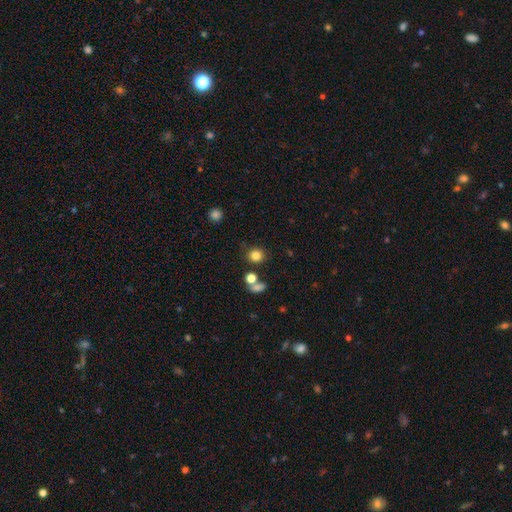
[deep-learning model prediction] smooth 81%, star or artifact 13%, featured or disk 6%. Down the decision tree: how rounded — round (82%); merging — none (78%).